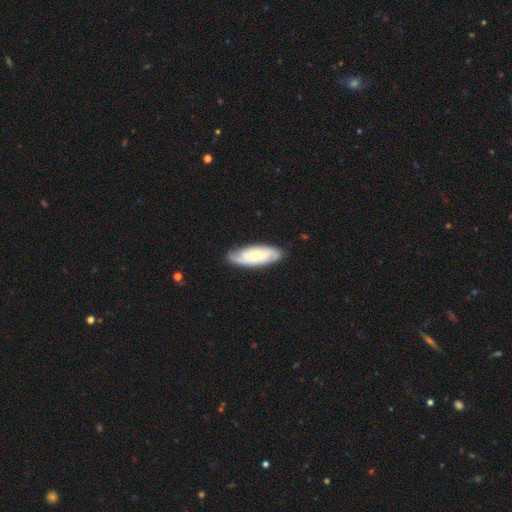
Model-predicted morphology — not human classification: A featured or disk galaxy (62%) with no bar (73%), spiral arms (91%) and a small central bulge (56%). Merging: none (79%).